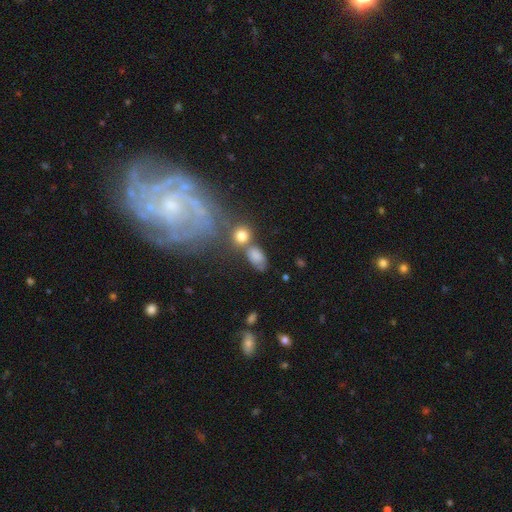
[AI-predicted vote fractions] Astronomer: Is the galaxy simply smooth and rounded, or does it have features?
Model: smooth — 69%.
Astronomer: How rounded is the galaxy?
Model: in between — 77%.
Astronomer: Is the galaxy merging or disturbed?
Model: none — 47%.